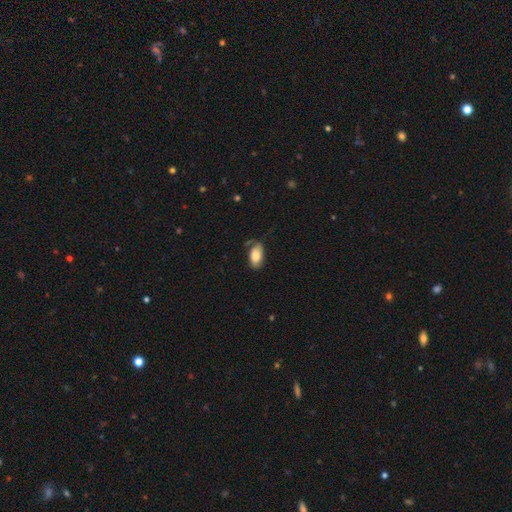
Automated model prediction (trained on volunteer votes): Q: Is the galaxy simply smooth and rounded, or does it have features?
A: smooth — 76%.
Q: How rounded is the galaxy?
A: in between — 93%.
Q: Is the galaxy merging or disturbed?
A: none — 57%.